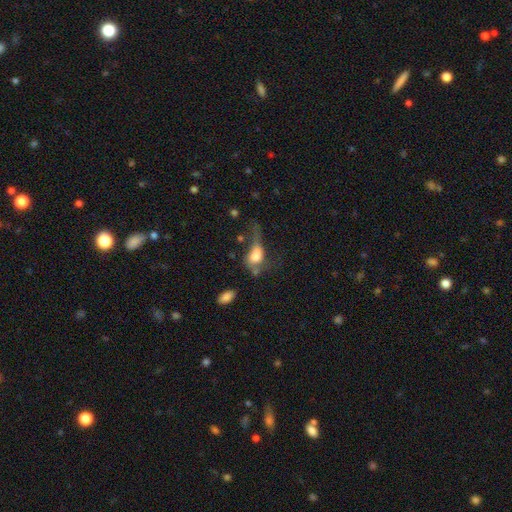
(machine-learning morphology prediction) Overall: smooth (62%; featured or disk 27%). How rounded: in between (72%). Merging: major disturbance (52%; minor disturbance 17%).